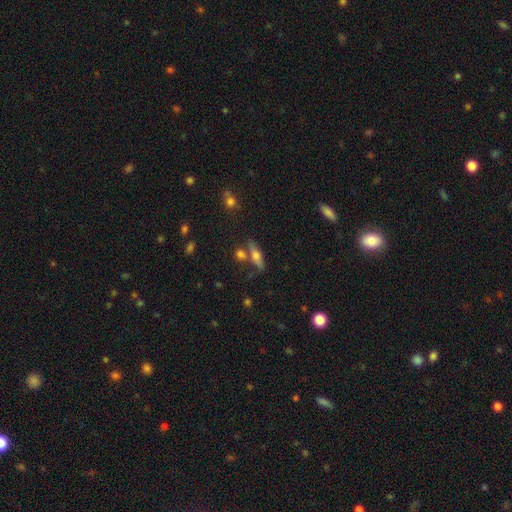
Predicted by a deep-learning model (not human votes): Q: Smooth or featured?
A: smooth (51%); runner-up: featured or disk (40%)
Q: How rounded?
A: cigar-shaped (58%); runner-up: in between (37%)
Q: Merging?
A: none (67%); runner-up: merger (17%)